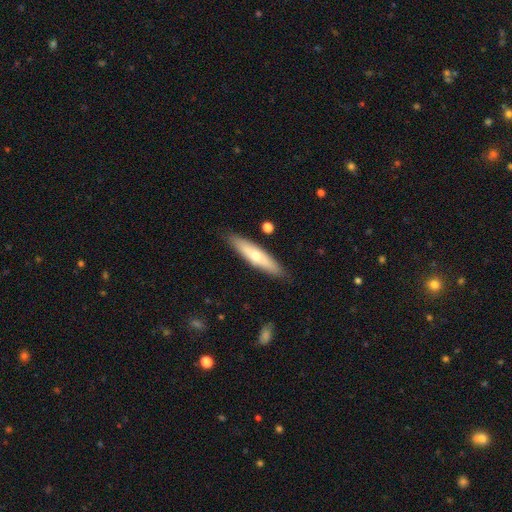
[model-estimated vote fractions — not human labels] A smooth galaxy with no disk features (53%) that is cigar-shaped (80%). Merging: none (87%).